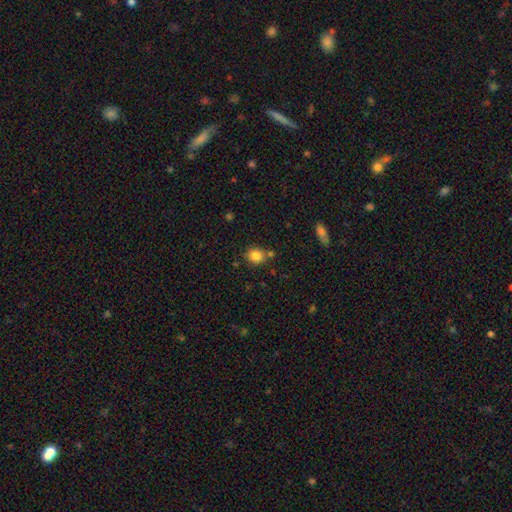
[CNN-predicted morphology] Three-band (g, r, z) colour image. It shows a smooth galaxy with no disk features (84%) that is round (78%). Merging: none (70%).